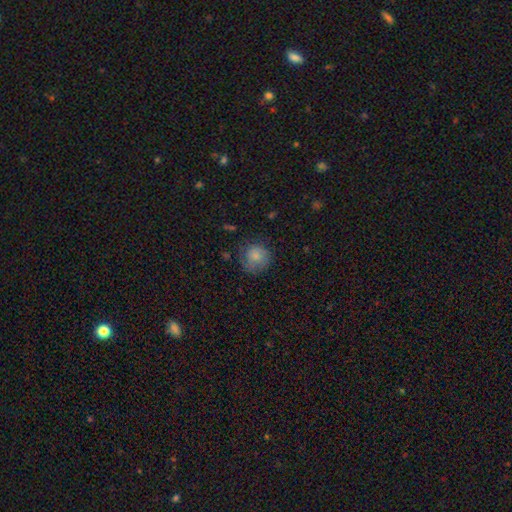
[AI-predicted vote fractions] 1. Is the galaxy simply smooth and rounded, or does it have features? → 79% smooth, 12% featured or disk, 9% star or artifact.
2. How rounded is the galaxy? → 89% round, 10% in between, 1% cigar-shaped.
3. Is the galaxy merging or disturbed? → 66% none, 23% minor disturbance, 10% major disturbance, 1% merger.